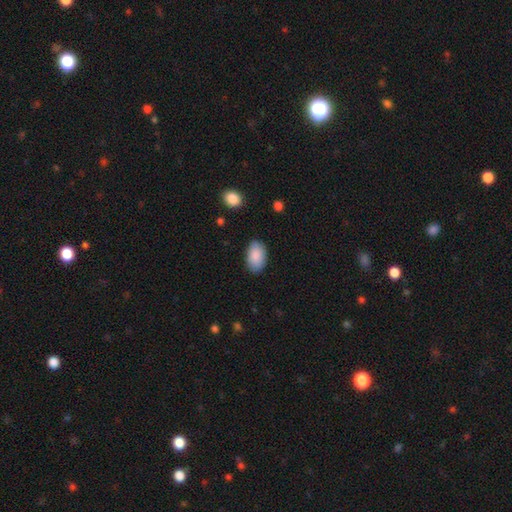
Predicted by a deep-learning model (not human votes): Smooth or featured? Predicted: smooth (p=0.89). How rounded? Predicted: in between (p=0.94). Merging? Predicted: none (p=0.84).